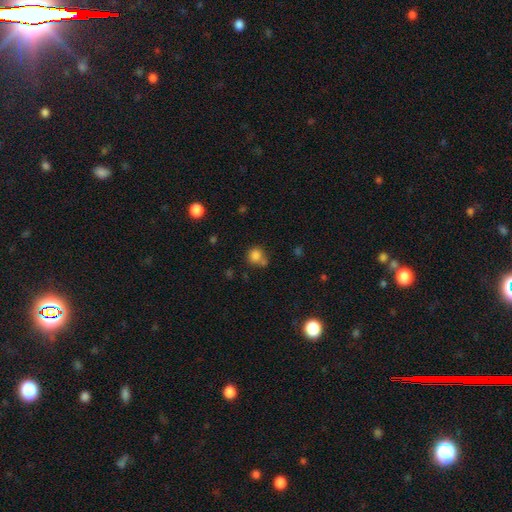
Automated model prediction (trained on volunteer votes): This is clearly a smooth galaxy (81%). How rounded: clearly round (85%). Merging: possibly none (56%).